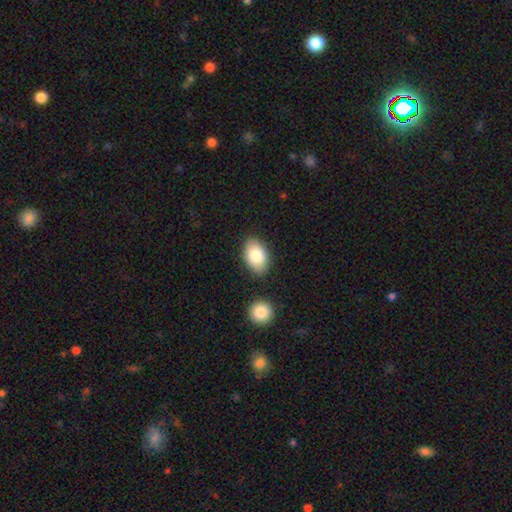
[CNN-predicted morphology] Q: Smooth or featured?
A: smooth (84%); runner-up: featured or disk (10%)
Q: How rounded?
A: in between (90%); runner-up: round (9%)
Q: Merging?
A: none (82%); runner-up: minor disturbance (11%)